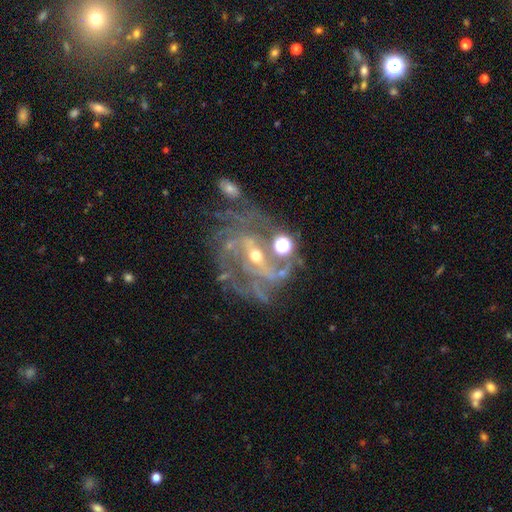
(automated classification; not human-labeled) Smooth or featured?
  - featured or disk: 84% *
  - star or artifact: 10%
  - smooth: 6%
Edge-on disk?
  - no: 96% *
  - yes: 4%
Bar?
  - weak: 35% * (tied)
  - no: 35% * (tied)
  - strong: 29%
Spiral arms?
  - yes: 88% *
  - no: 12%
Spiral winding?
  - medium: 42% *
  - tight: 38%
  - loose: 20%
Spiral arm count?
  - 2: 30% * (tied)
  - can't tell: 30% * (tied)
  - 3: 17%
  - 4: 9%
  - more than 4: 7%
  - 1: 7%
Bulge size?
  - small: 51% *
  - moderate: 43%
  - large: 3%
  - none: 2%
  - dominant: 1%
Merging?
  - none: 48% *
  - major disturbance: 24%
  - minor disturbance: 19%
  - merger: 9%